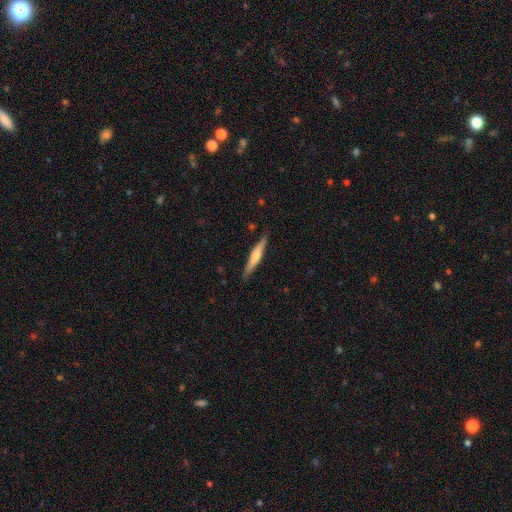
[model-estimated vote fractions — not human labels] smooth_or_featured: smooth (p=0.56) [alt: featured or disk p=0.39]
how_rounded: cigar-shaped (p=0.93) [alt: in between p=0.06]
merging: none (p=0.88) [alt: minor disturbance p=0.09]